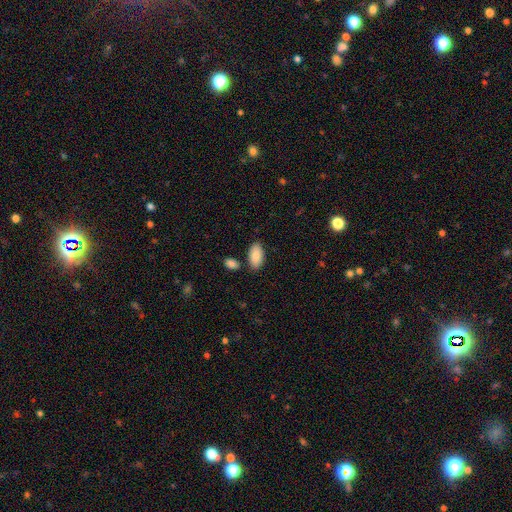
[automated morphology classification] Smooth or featured: smooth — 88% (star or artifact — 6%)
How rounded: in between — 95% (cigar-shaped — 3%)
Merging: none — 81% (minor disturbance — 10%)